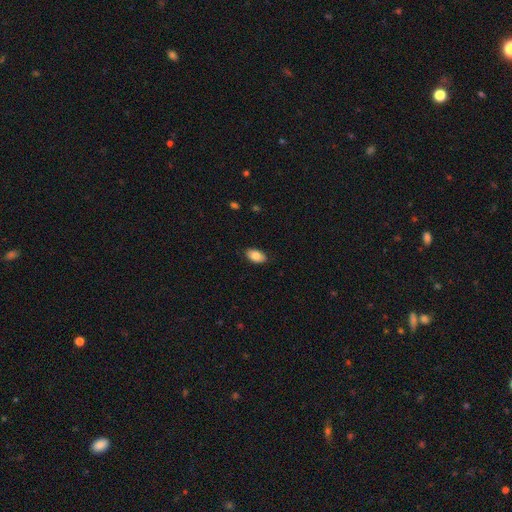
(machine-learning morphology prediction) Smooth or featured? Predicted: smooth (p=0.84). How rounded? Predicted: in between (p=0.93). Merging? Predicted: none (p=0.85).